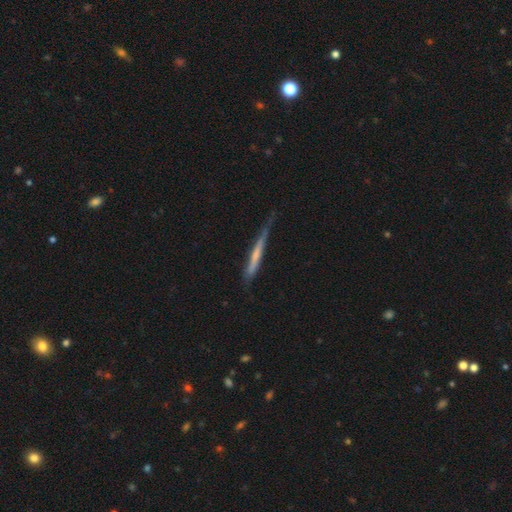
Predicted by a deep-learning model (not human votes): Q: Smooth or featured?
A: featured or disk (49%); runner-up: smooth (44%)
Q: Merging?
A: none (60%); runner-up: minor disturbance (30%)